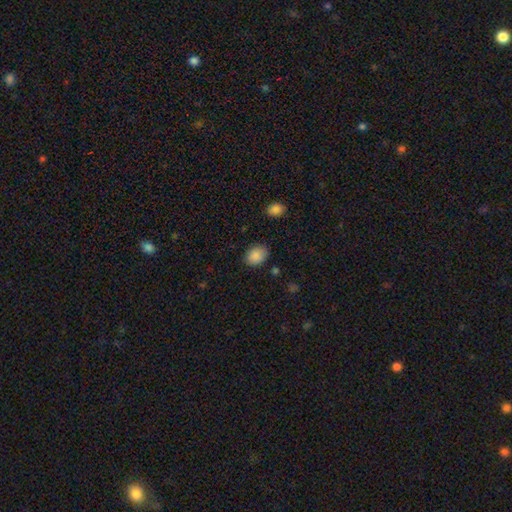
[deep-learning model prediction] A smooth galaxy with no disk features (88%) that is in between round and cigar-shaped (58%).

Vote fractions:
- Smooth or featured? smooth: 88% / star or artifact: 8% / featured or disk: 4%
- How rounded? in between: 58% / round: 41% / cigar-shaped: 1%
- Merging? none: 82% / minor disturbance: 13% / major disturbance: 3% / merger: 2%